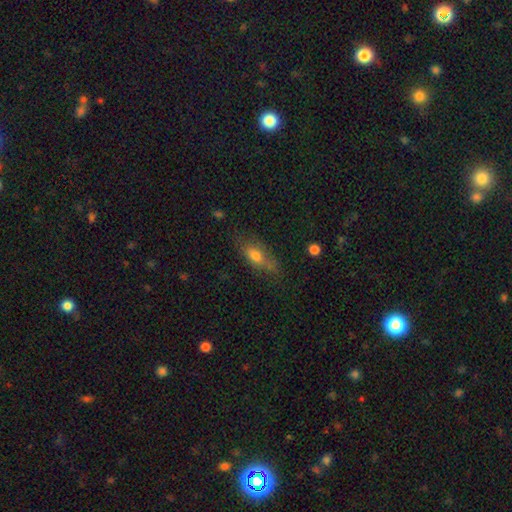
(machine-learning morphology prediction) A smooth galaxy with no disk features (66%) that is in between round and cigar-shaped (67%).

Vote fractions:
- Smooth or featured? smooth: 66% / featured or disk: 25% / star or artifact: 9%
- How rounded? in between: 67% / cigar-shaped: 27% / round: 5%
- Merging? none: 61% / minor disturbance: 25% / major disturbance: 11% / merger: 3%